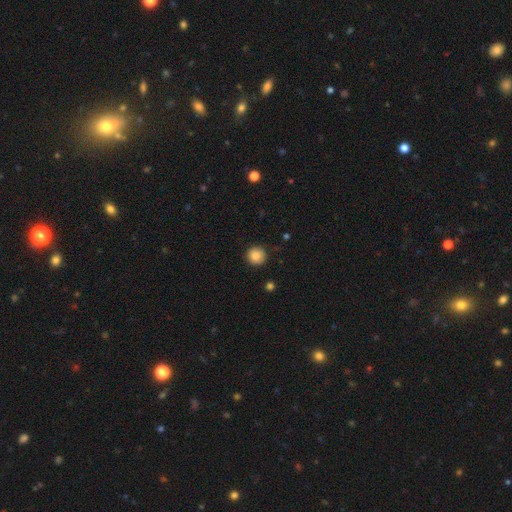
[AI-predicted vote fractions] Smooth or featured? Predicted: smooth (p=0.86). How rounded? Predicted: round (p=0.94). Merging? Predicted: none (p=0.87).